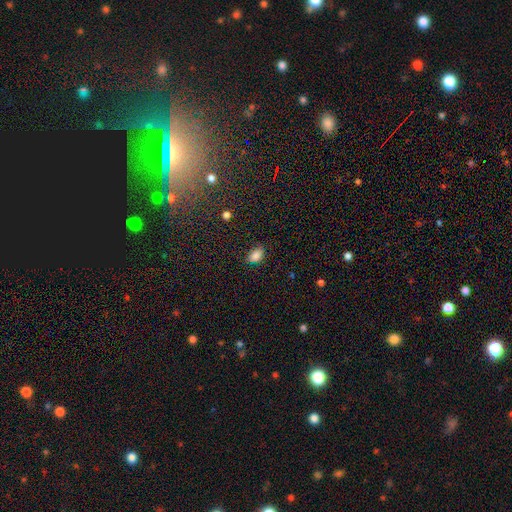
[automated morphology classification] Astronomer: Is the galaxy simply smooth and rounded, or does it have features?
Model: smooth — 85%.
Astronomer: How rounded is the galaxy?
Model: in between — 89%.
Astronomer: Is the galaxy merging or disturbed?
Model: none — 70%.